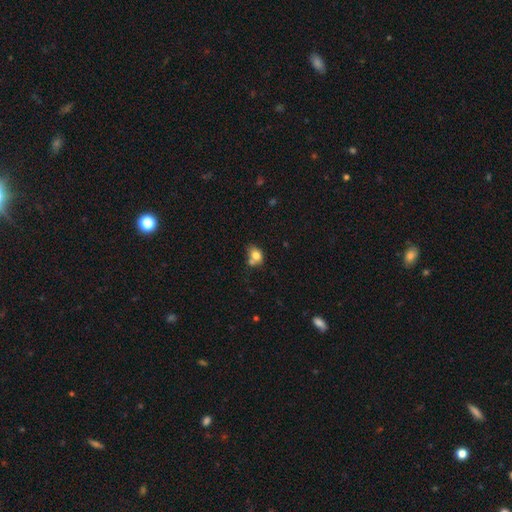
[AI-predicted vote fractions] Q: Smooth or featured?
A: smooth (77%); runner-up: featured or disk (13%)
Q: How rounded?
A: in between (64%); runner-up: round (35%)
Q: Merging?
A: none (39%); runner-up: merger (35%)